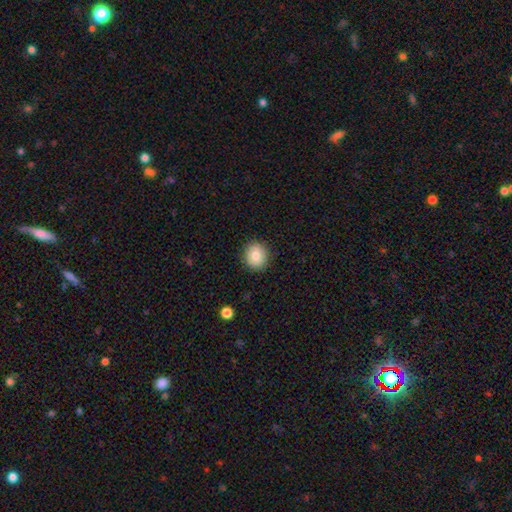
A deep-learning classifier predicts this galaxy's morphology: Smooth or featured? Predicted: smooth (p=0.80). How rounded? Predicted: round (p=0.83). Merging? Predicted: none (p=0.89).